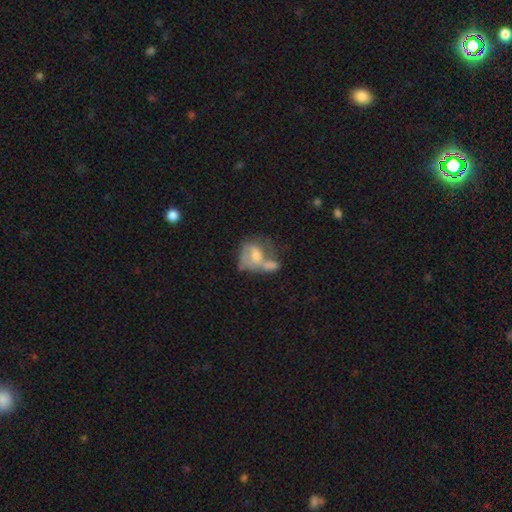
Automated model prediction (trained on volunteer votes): Overall: featured or disk (46%; smooth 45%). Merging: merger (46%; none 20%).